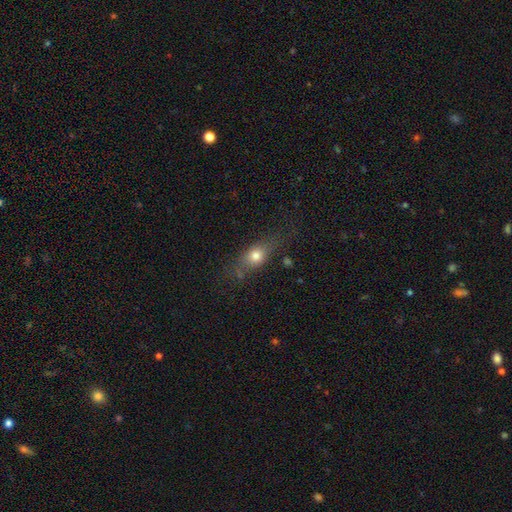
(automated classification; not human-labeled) Smooth or featured? Predicted: smooth (p=0.69). How rounded? Predicted: in between (p=0.59). Merging? Predicted: none (p=0.61).